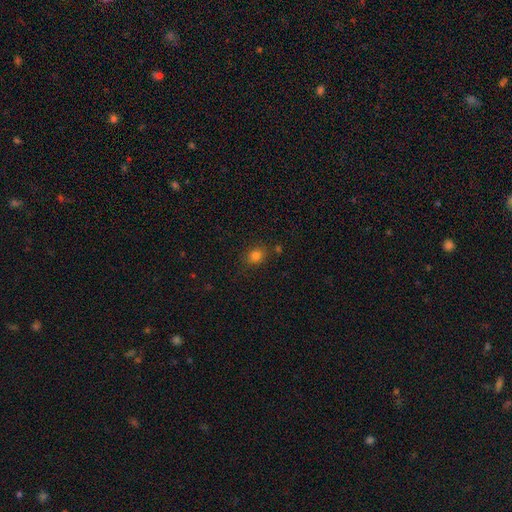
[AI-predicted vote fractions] The model was most divided on "how rounded": round: 60%, in between: 39%, cigar-shaped: 1%. More confident: merging — none (81%); smooth or featured — smooth (81%).